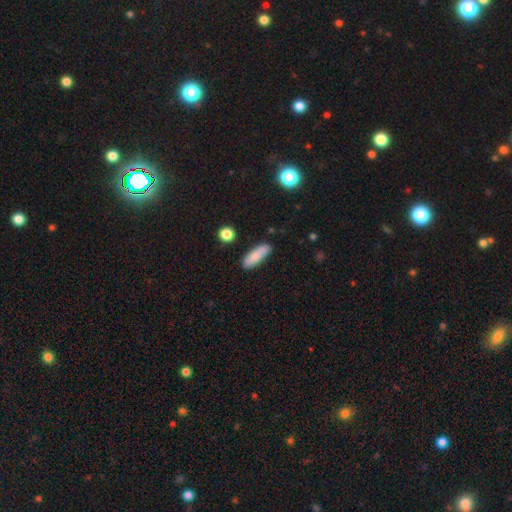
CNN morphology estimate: A smooth galaxy with no disk features (82%) that is in between round and cigar-shaped (58%).

Vote fractions:
- Smooth or featured? smooth: 82% / featured or disk: 11% / star or artifact: 7%
- How rounded? in between: 58% / cigar-shaped: 40% / round: 2%
- Merging? none: 82% / minor disturbance: 13% / major disturbance: 2% / merger: 2%